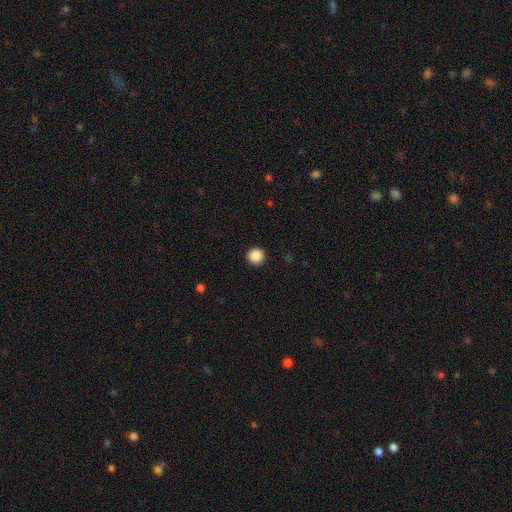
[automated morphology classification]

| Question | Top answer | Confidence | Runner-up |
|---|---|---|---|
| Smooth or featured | smooth | 88% | star or artifact (10%) |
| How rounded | round | 96% | in between (3%) |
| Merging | none | 93% | minor disturbance (4%) |